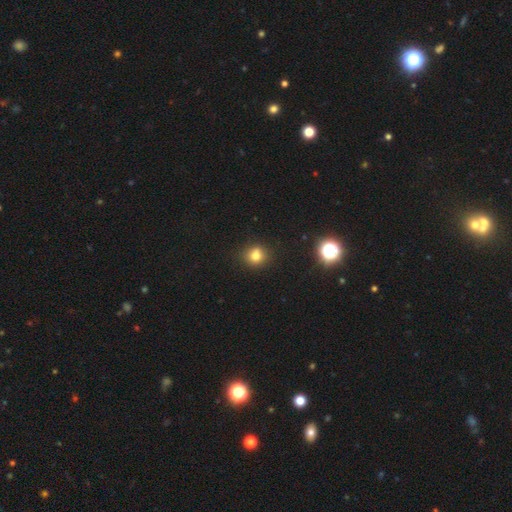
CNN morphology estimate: A smooth galaxy with no disk features (76%) that is round (83%).

Vote fractions:
- Smooth or featured? smooth: 76% / star or artifact: 16% / featured or disk: 8%
- How rounded? round: 83% / in between: 16% / cigar-shaped: 1%
- Merging? none: 82% / minor disturbance: 11% / merger: 4% / major disturbance: 3%